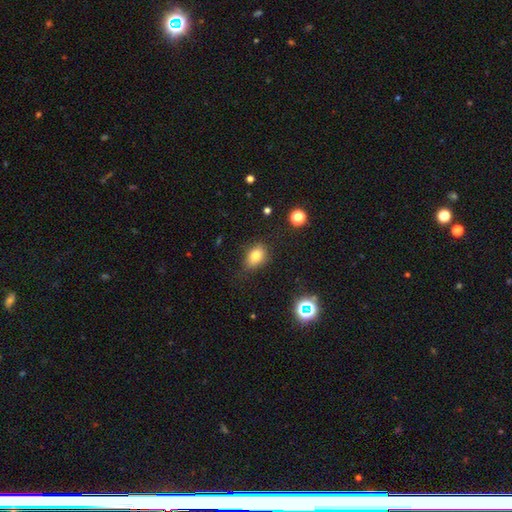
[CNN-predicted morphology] Smooth or featured: smooth — 78% (star or artifact — 12%)
How rounded: in between — 76% (round — 22%)
Merging: none — 74% (minor disturbance — 19%)